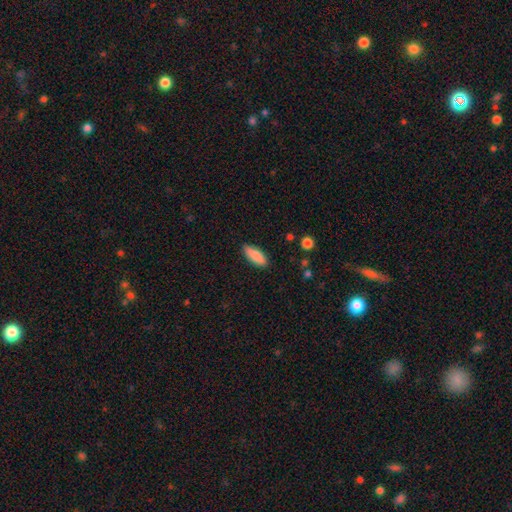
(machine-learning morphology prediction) A smooth galaxy with no disk features (87%) that is in between round and cigar-shaped (68%).

Vote fractions:
- Smooth or featured? smooth: 87% / featured or disk: 6% / star or artifact: 6%
- How rounded? in between: 68% / cigar-shaped: 30% / round: 2%
- Merging? none: 87% / minor disturbance: 10% / major disturbance: 2% / merger: 1%